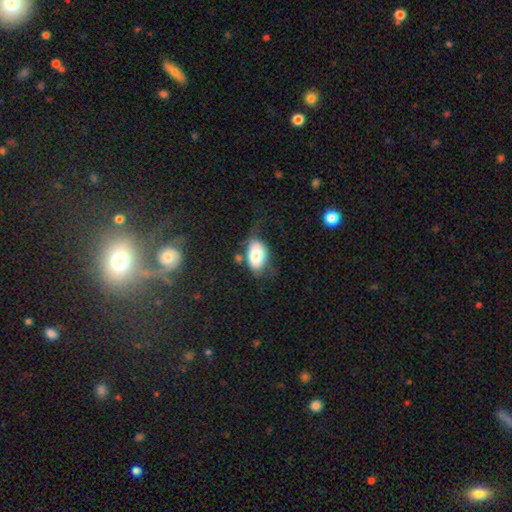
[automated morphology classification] A smooth galaxy with no disk features (71%) that is in between round and cigar-shaped (90%). Merging: none (46%).